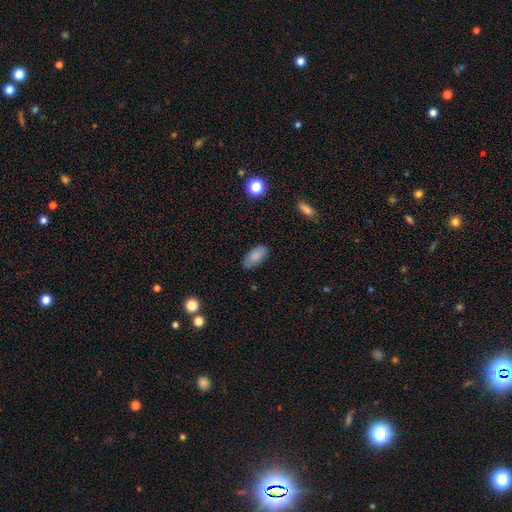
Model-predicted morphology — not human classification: This is clearly a smooth galaxy (83%). How rounded: clearly in between (88%). Merging: clearly none (82%).